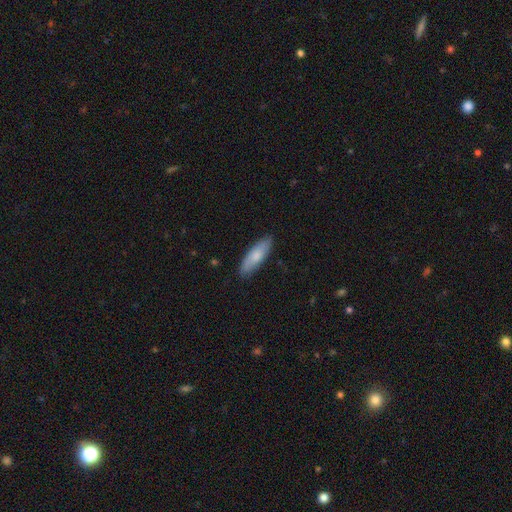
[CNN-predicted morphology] smooth_or_featured: smooth (p=0.76) [alt: featured or disk p=0.19]
how_rounded: in between (p=0.53) [alt: cigar-shaped p=0.46]
merging: none (p=0.86) [alt: minor disturbance p=0.11]